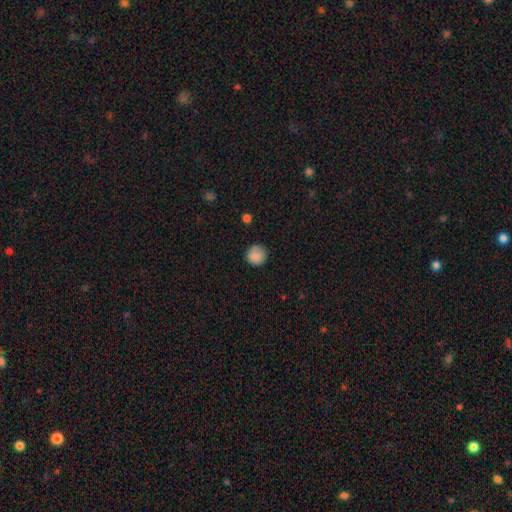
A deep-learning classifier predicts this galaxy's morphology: Smooth or featured: smooth — 87% (star or artifact — 9%)
How rounded: round — 92% (in between — 7%)
Merging: none — 83% (minor disturbance — 12%)